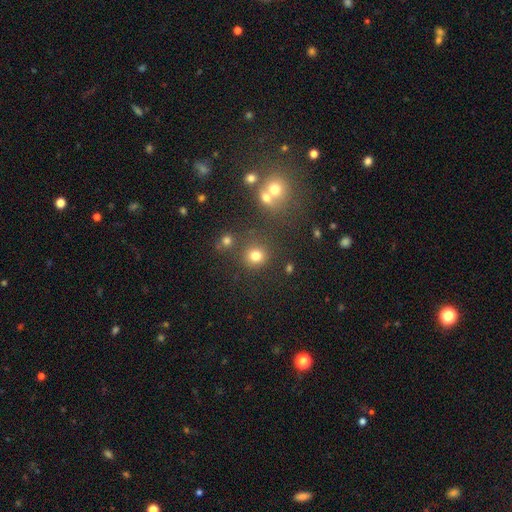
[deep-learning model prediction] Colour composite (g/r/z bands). It shows a smooth galaxy with no disk features (76%) that is round (88%). Merging: none (78%).